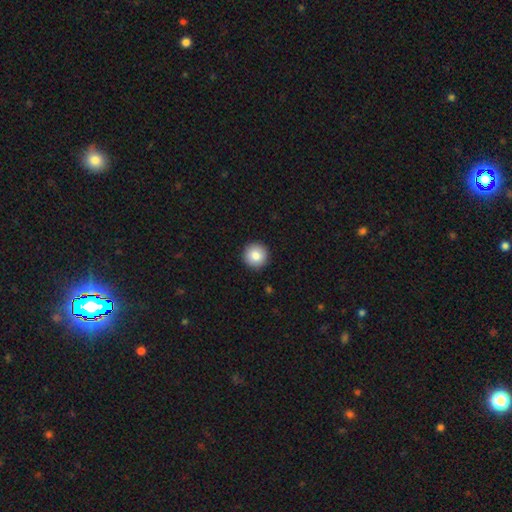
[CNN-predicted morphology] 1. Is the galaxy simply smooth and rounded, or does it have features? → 84% smooth, 8% star or artifact, 8% featured or disk.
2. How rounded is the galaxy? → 96% round, 3% in between, 1% cigar-shaped.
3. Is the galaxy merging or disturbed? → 93% none, 5% minor disturbance, 1% major disturbance, 1% merger.